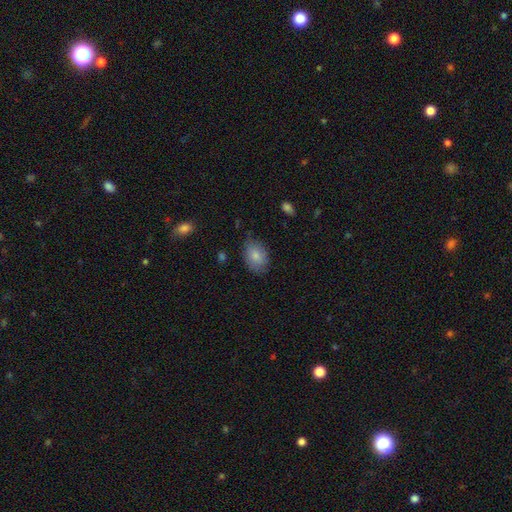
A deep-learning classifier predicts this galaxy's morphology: This appears to be a smooth galaxy with no disk features (84%) that is in between round and cigar-shaped (79%). Merging: none (73%).